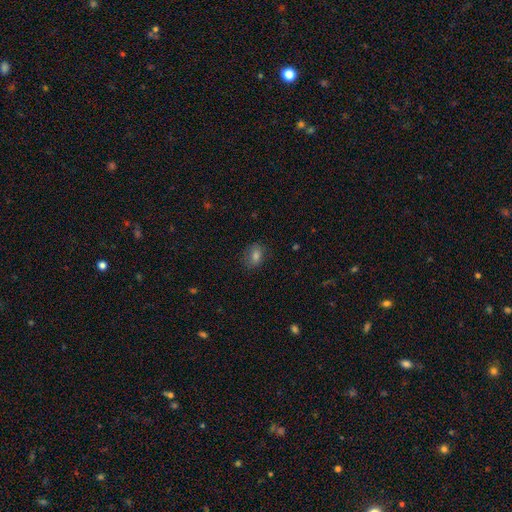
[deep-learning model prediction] smooth-or-featured: smooth: 72% | star or artifact: 15% | featured or disk: 13%
  how-rounded: in between: 68% | round: 30% | cigar-shaped: 2%
  merging: none: 79% | minor disturbance: 16% | major disturbance: 5% | merger: 1%